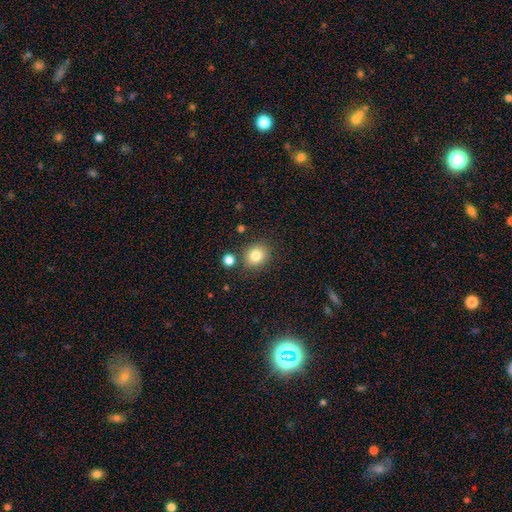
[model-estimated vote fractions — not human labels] Morphology: type=smooth (82%); roundness=round (82%); merging=none (82%).